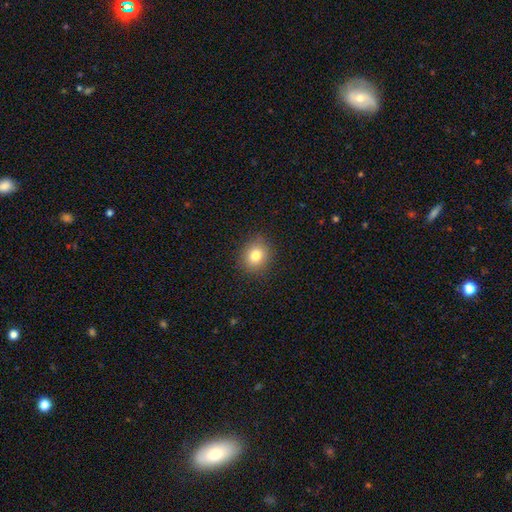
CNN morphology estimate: Q: Smooth or featured?
A: smooth (80%); runner-up: star or artifact (12%)
Q: How rounded?
A: round (77%); runner-up: in between (22%)
Q: Merging?
A: none (89%); runner-up: minor disturbance (8%)